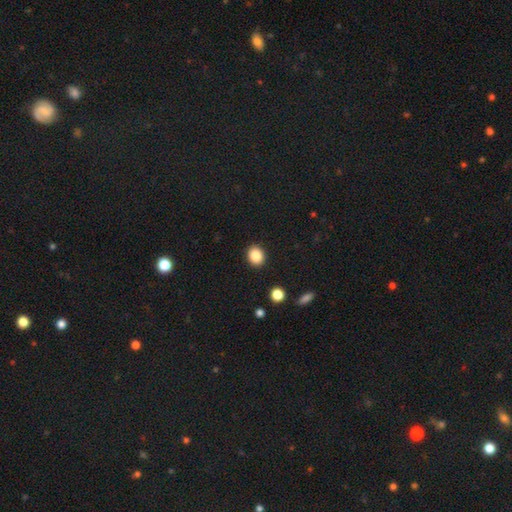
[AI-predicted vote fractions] smooth-or-featured: smooth: 87% | star or artifact: 9% | featured or disk: 4%
  how-rounded: round: 66% | in between: 33% | cigar-shaped: 1%
  merging: none: 91% | minor disturbance: 6% | major disturbance: 2% | merger: 1%